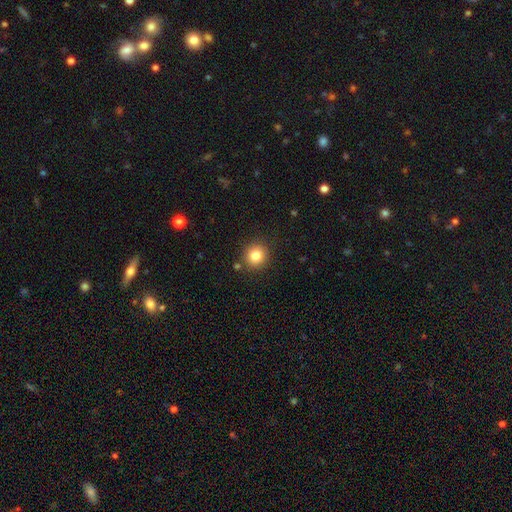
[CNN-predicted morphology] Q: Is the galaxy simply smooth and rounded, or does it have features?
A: smooth — 82%.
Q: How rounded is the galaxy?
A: round — 90%.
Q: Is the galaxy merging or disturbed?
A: none — 88%.